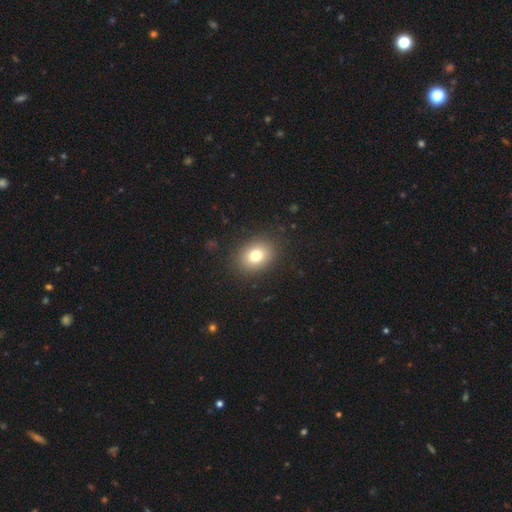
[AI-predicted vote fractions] A smooth galaxy with no disk features (78%) that is in between round and cigar-shaped (53%). Merging: none (88%).